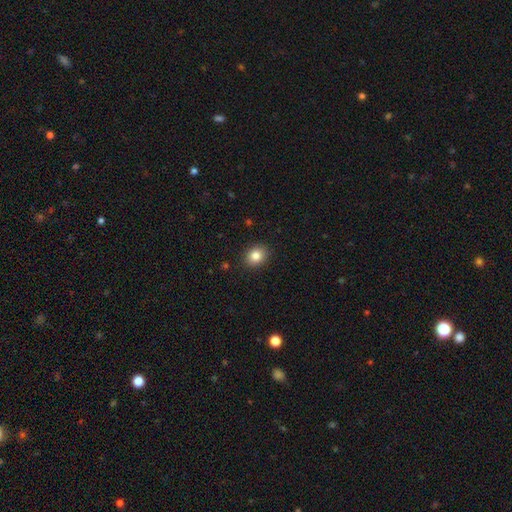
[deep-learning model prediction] The model was most divided on "how rounded": round: 51%, in between: 48%, cigar-shaped: 1%. More confident: merging — none (89%); smooth or featured — smooth (83%).